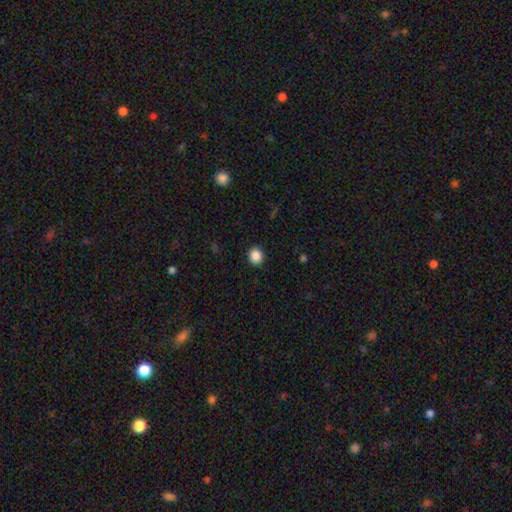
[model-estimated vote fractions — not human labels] A smooth galaxy with no disk features (88%) that is round (78%).

Vote fractions:
- Smooth or featured? smooth: 88% / star or artifact: 10% / featured or disk: 3%
- How rounded? round: 78% / in between: 21% / cigar-shaped: 1%
- Merging? none: 91% / minor disturbance: 6% / major disturbance: 2% / merger: 1%